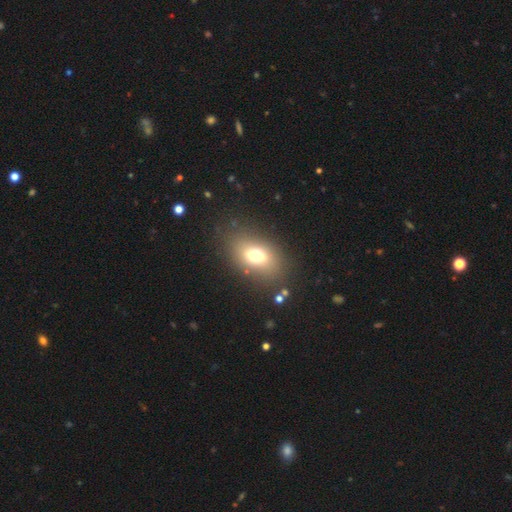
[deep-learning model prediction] This appears to be a smooth galaxy with no disk features (69%) that is in between round and cigar-shaped (81%). Merging: none (80%).